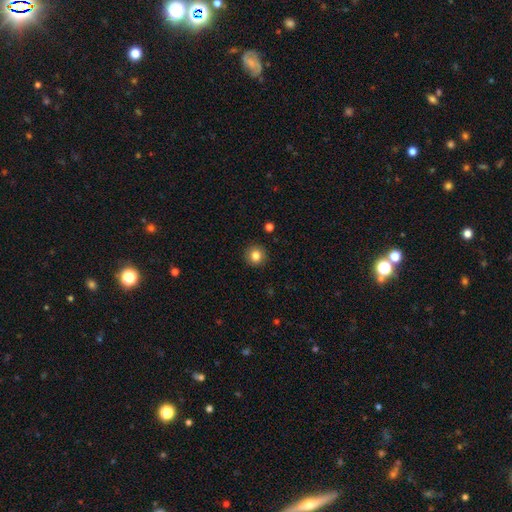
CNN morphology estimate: The model was most divided on "smooth or featured": smooth: 83%, star or artifact: 10%, featured or disk: 6%. More confident: how rounded — round (93%); merging — none (91%).